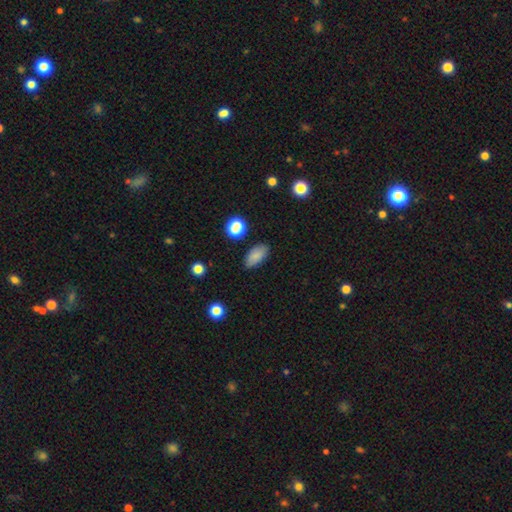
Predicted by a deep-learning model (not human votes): This is clearly a smooth galaxy (83%). How rounded: clearly in between (89%). Merging: clearly none (84%).